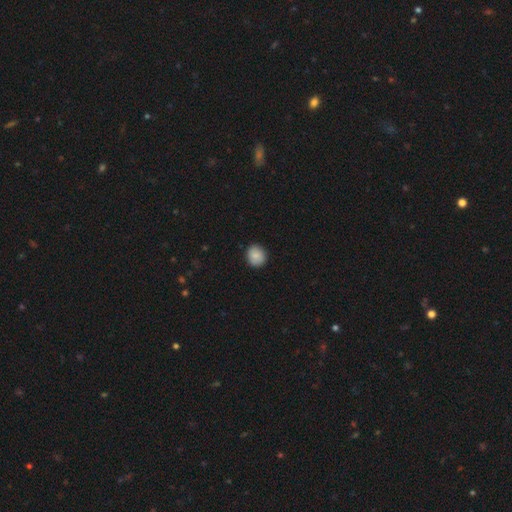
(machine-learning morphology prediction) Overall: smooth (87%). How rounded: round (79%). Merging: none (90%).